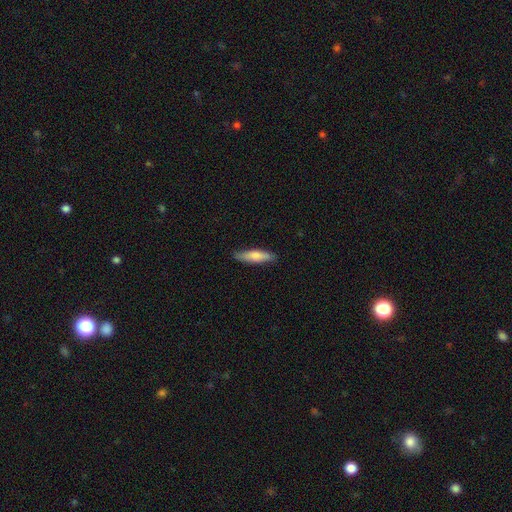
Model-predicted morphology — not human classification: Smooth or featured?
  - smooth: 72% *
  - featured or disk: 23%
  - star or artifact: 5%
How rounded?
  - cigar-shaped: 71% *
  - in between: 27%
  - round: 2%
Merging?
  - none: 83% *
  - minor disturbance: 14%
  - major disturbance: 2%
  - merger: 1%